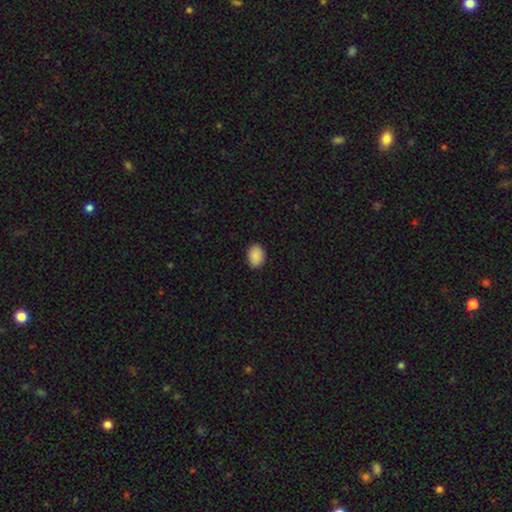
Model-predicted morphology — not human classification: A smooth galaxy with no disk features (90%) that is in between round and cigar-shaped (74%).

Vote fractions:
- Smooth or featured? smooth: 90% / star or artifact: 7% / featured or disk: 2%
- How rounded? in between: 74% / round: 25% / cigar-shaped: 1%
- Merging? none: 89% / minor disturbance: 8% / major disturbance: 2% / merger: 1%